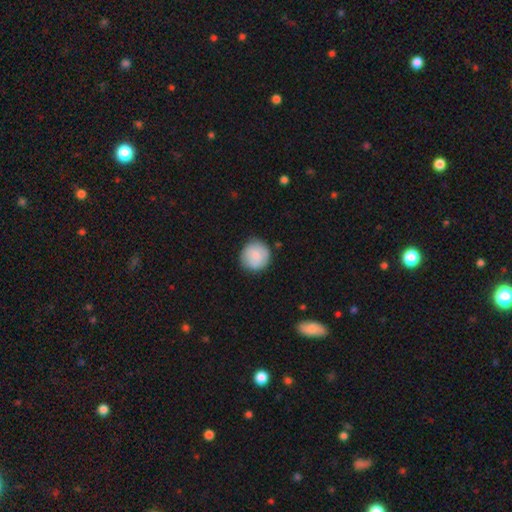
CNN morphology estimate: This is clearly a smooth galaxy (80%). How rounded: clearly round (93%). Merging: clearly none (83%).